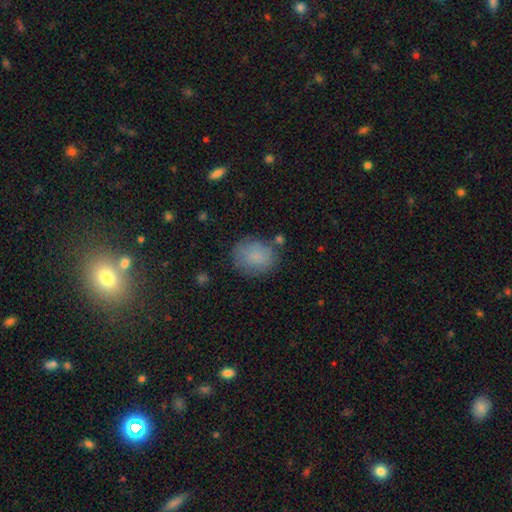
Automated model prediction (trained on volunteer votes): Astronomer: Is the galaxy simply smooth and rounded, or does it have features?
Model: smooth — 81%.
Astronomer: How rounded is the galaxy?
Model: round — 59% (runner-up: in between, 40%).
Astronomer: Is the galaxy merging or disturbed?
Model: none — 70%.